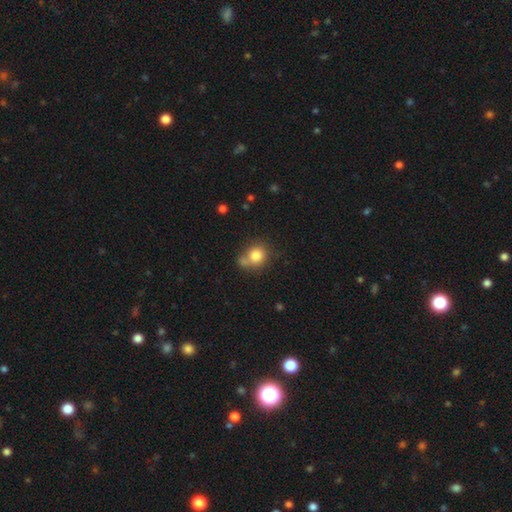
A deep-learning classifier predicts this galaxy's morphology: Smooth or featured: smooth — 80% (star or artifact — 11%)
How rounded: round — 79% (in between — 20%)
Merging: none — 56% (merger — 24%)